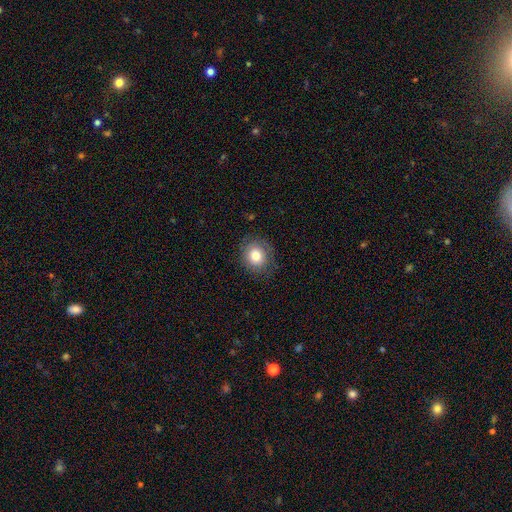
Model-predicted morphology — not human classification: Smooth or featured? smooth (77%)
How rounded? round (75%)
Merging? none (80%)